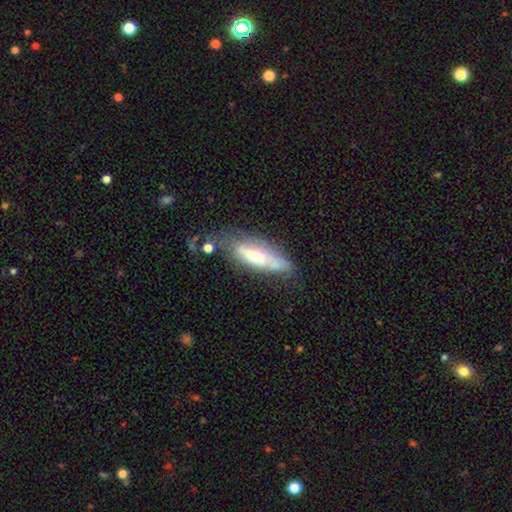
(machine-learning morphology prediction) Smooth or featured? Predicted: featured or disk (p=0.47). Merging? Predicted: none (p=0.50).